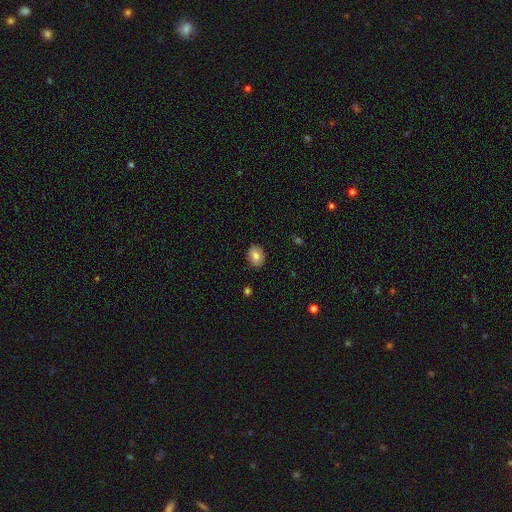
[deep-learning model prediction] This appears to be a smooth galaxy with no disk features (81%) that is in between round and cigar-shaped (60%). Merging: none (88%).